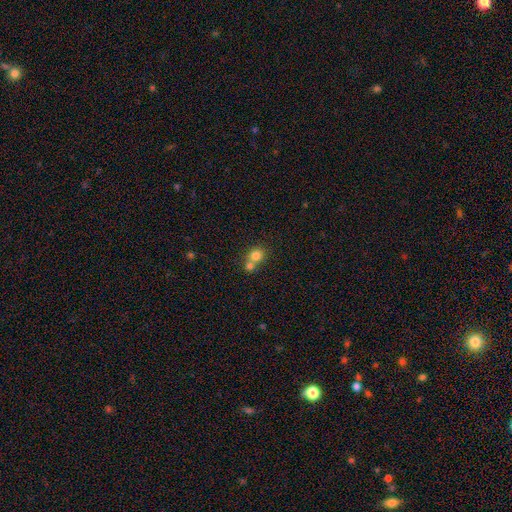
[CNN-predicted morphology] smooth-or-featured: smooth: 79% | star or artifact: 11% | featured or disk: 10%
  how-rounded: round: 81% | in between: 18% | cigar-shaped: 1%
  merging: merger: 54% | none: 38% | minor disturbance: 6% | major disturbance: 2%